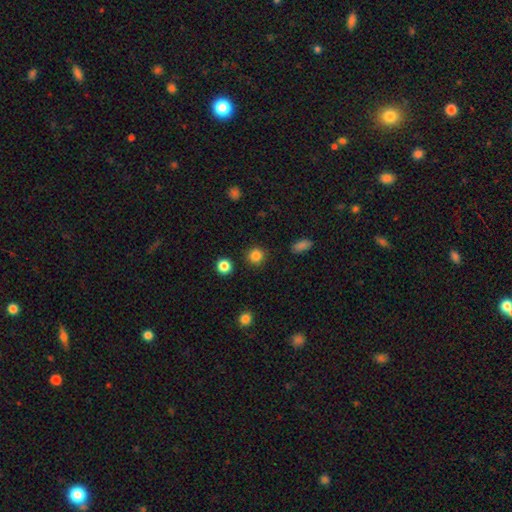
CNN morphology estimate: This is clearly a smooth galaxy (85%). How rounded: clearly round (94%). Merging: clearly none (91%).